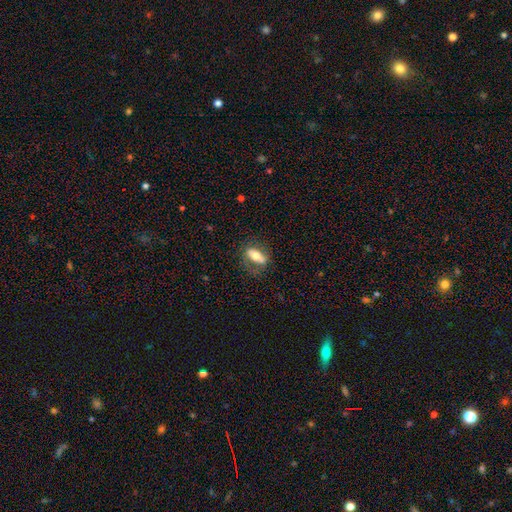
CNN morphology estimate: Smooth or featured? Predicted: smooth (p=0.50). Merging? Predicted: none (p=0.66).